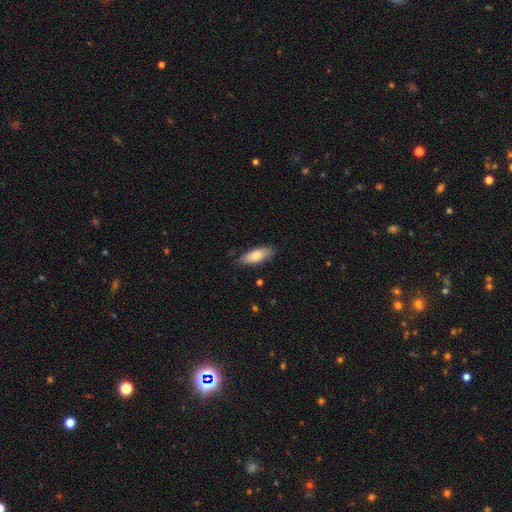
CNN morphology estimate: The model was most divided on "how rounded": in between: 75%, cigar-shaped: 23%, round: 2%. More confident: merging — none (80%); smooth or featured — smooth (79%).